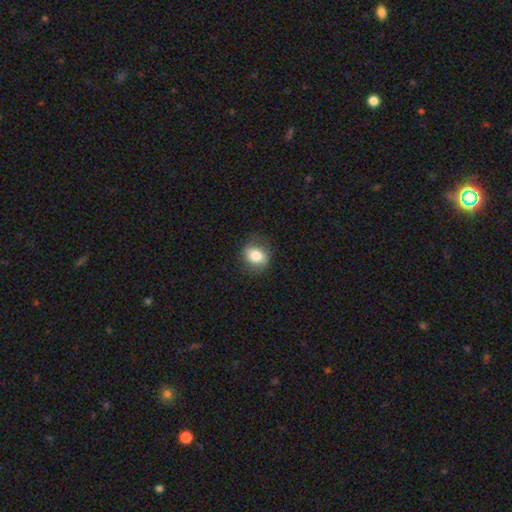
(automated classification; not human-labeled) The model was most divided on "how rounded" (2-way tie): round: 49%, in between: 49%, cigar-shaped: 1%. More confident: merging — none (80%); smooth or featured — smooth (79%).